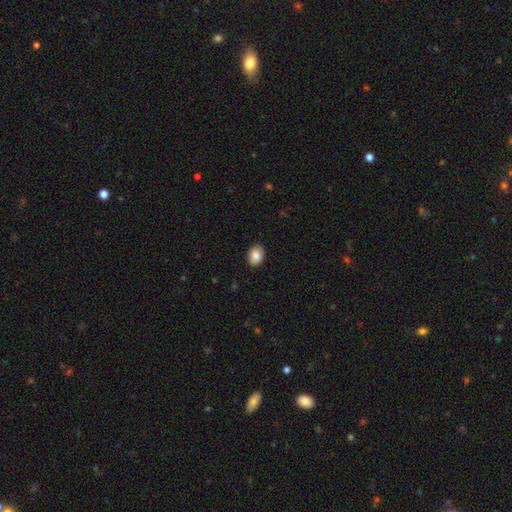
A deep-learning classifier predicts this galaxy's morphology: A smooth galaxy with no disk features (86%) that is in between round and cigar-shaped (75%). Merging: none (89%).